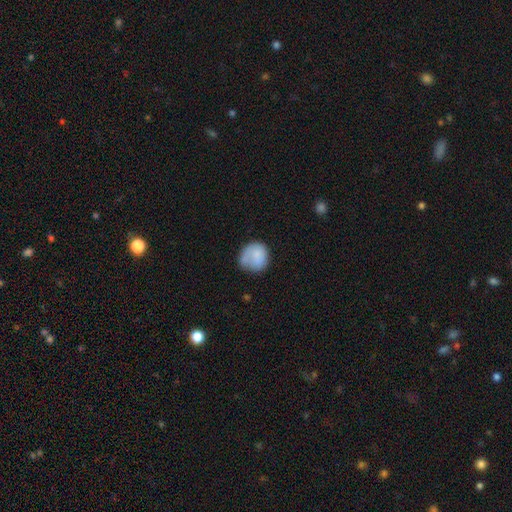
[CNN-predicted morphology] Overall: smooth (78%). How rounded: round (80%). Merging: none (55%; minor disturbance 28%).